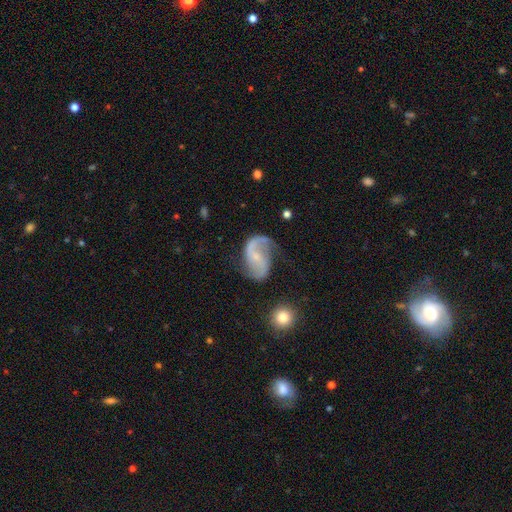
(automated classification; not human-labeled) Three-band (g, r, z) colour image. It shows a featured or disk galaxy (87%) with a weak bar (43%), 2 (88%) loose (59%) spiral arms (96%) and a small central bulge (62%). Merging: none (63%).